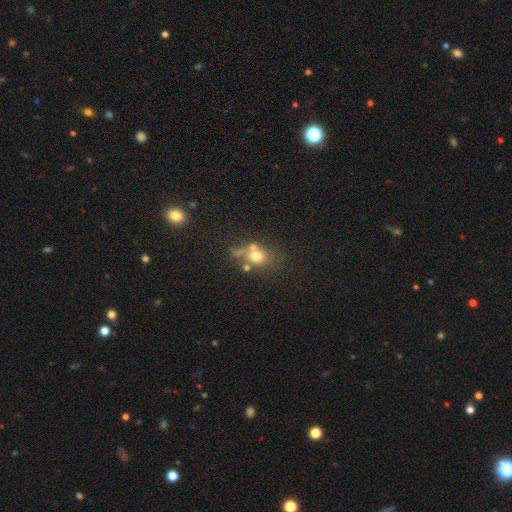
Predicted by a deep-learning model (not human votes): Morphology: type=smooth (65%); roundness=round (58%); merging=none (42%).